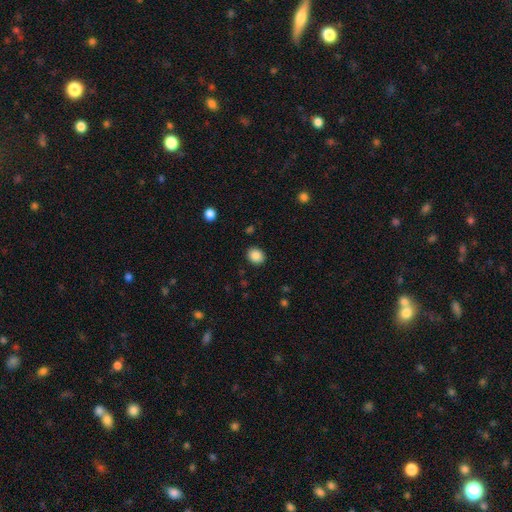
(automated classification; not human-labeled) Smooth or featured? smooth (87%)
How rounded? round (66%)
Merging? none (90%)